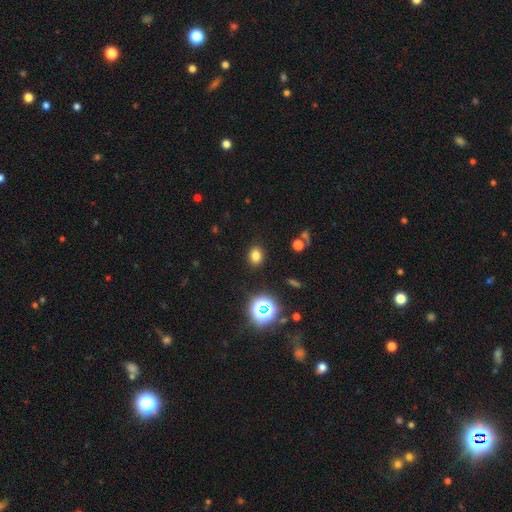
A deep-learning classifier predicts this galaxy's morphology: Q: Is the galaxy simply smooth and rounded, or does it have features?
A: smooth — 77%.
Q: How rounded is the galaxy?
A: in between — 51%.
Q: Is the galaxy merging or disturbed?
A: none — 88%.